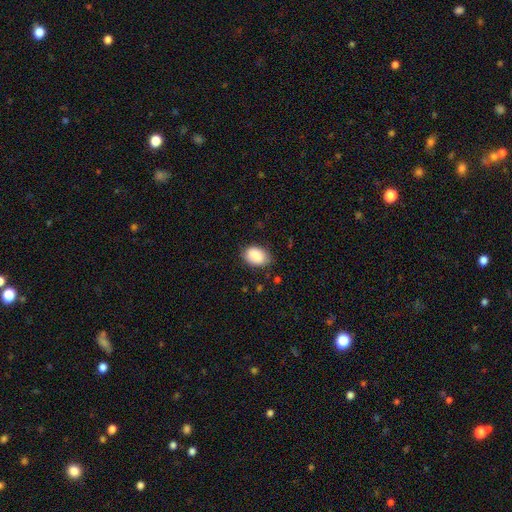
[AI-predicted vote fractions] Smooth or featured? Predicted: smooth (p=0.88). How rounded? Predicted: in between (p=0.85). Merging? Predicted: none (p=0.77).